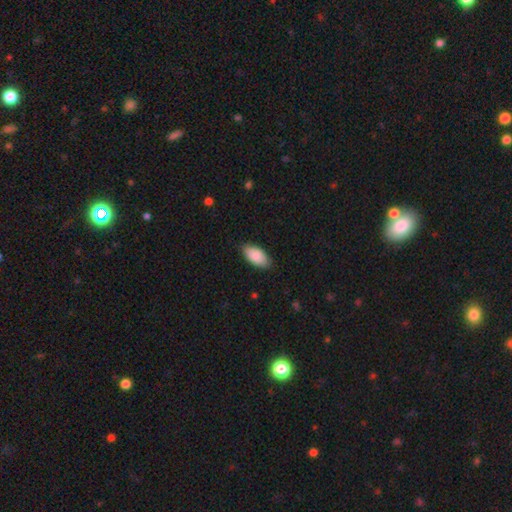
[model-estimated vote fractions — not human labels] Smooth or featured: smooth — 89% (star or artifact — 6%)
How rounded: in between — 94% (cigar-shaped — 4%)
Merging: none — 83% (minor disturbance — 14%)